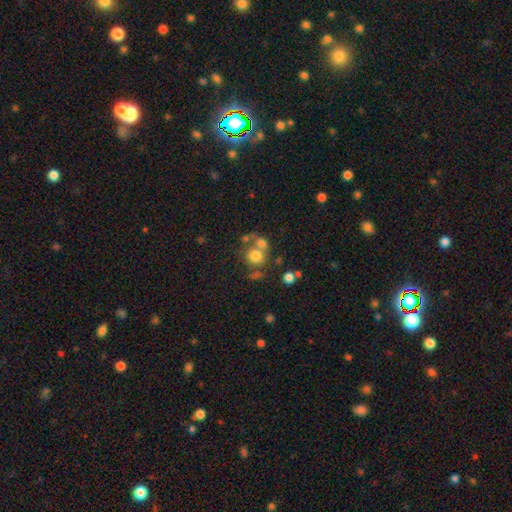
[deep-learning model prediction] A smooth galaxy with no disk features (71%) that is round (82%). Merging: none (47%).